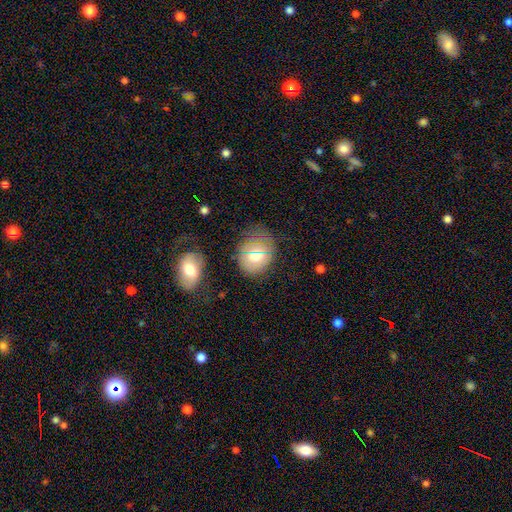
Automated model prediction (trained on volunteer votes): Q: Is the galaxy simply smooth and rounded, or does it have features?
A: smooth — 68%.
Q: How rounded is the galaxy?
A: in between — 52%.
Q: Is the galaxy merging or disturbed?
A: none — 63%.